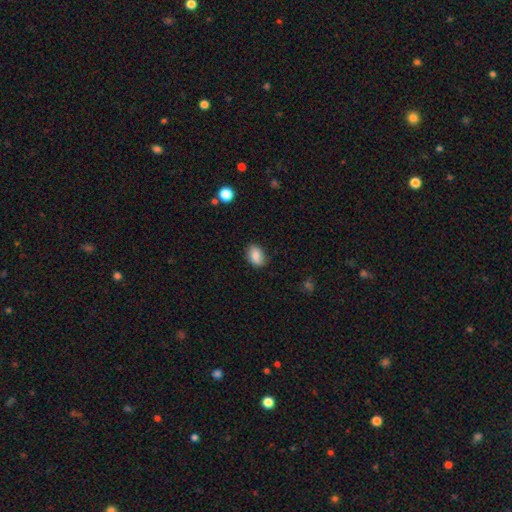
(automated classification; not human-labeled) Smooth or featured: smooth — 85% (star or artifact — 8%)
How rounded: in between — 83% (round — 16%)
Merging: none — 80% (minor disturbance — 16%)